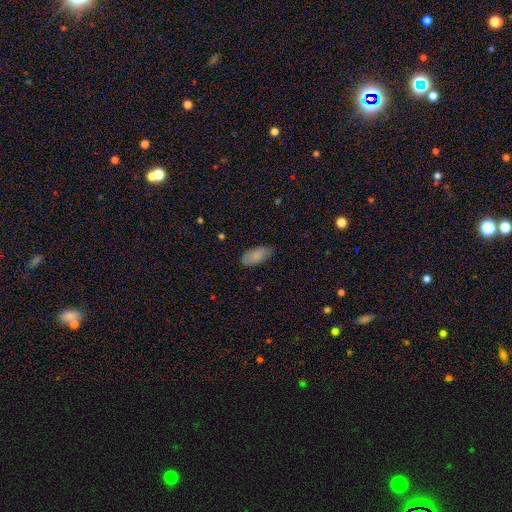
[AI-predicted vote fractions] Smooth or featured: smooth — 88% (star or artifact — 7%)
How rounded: in between — 91% (cigar-shaped — 7%)
Merging: none — 81% (minor disturbance — 15%)